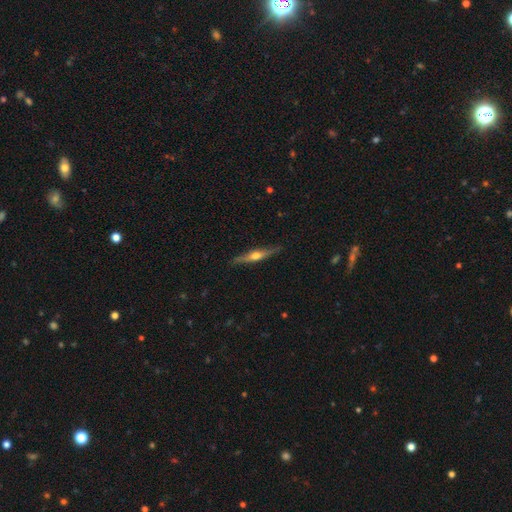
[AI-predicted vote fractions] Smooth or featured? Predicted: featured or disk (p=0.69). Edge-on disk? Predicted: yes (p=0.96). Edge-on bulge? Predicted: rounded (p=0.92). Merging? Predicted: none (p=0.87).